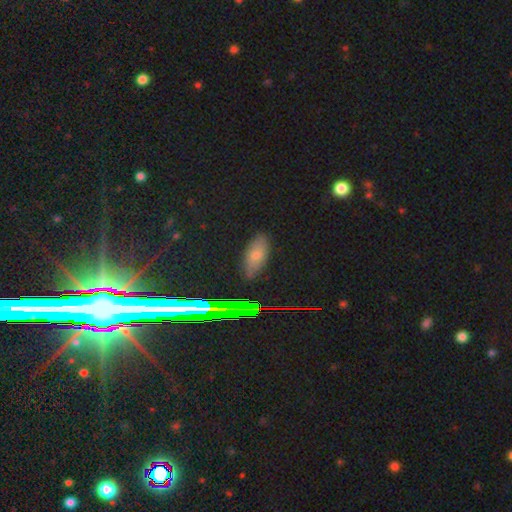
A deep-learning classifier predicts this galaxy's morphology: A smooth galaxy with no disk features (59%) that is in between round and cigar-shaped (85%). Merging: none (84%).